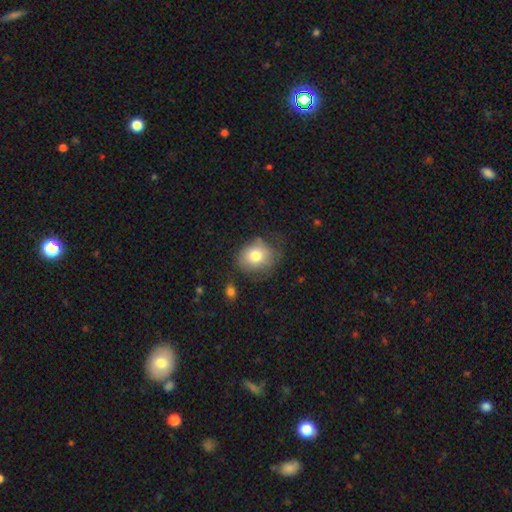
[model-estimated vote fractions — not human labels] A smooth galaxy with no disk features (76%) that is round (67%). Merging: none (59%).